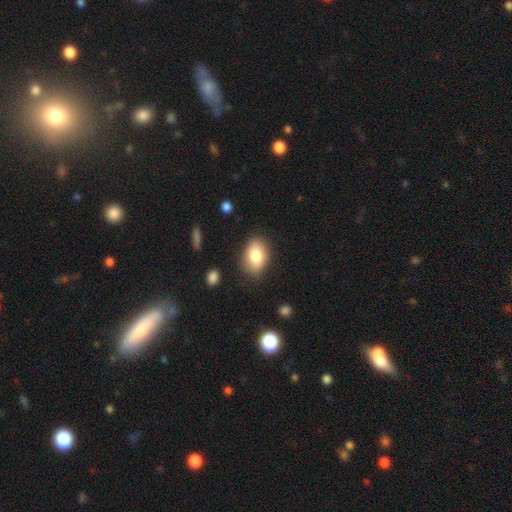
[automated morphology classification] smooth 81%, featured or disk 12%, star or artifact 8%. Down the decision tree: how rounded — in between (86%); merging — none (83%).